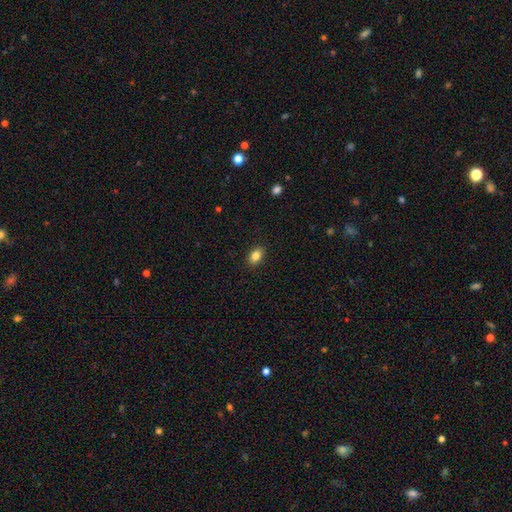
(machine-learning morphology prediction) A smooth galaxy with no disk features (84%) that is in between round and cigar-shaped (83%). Merging: none (89%).